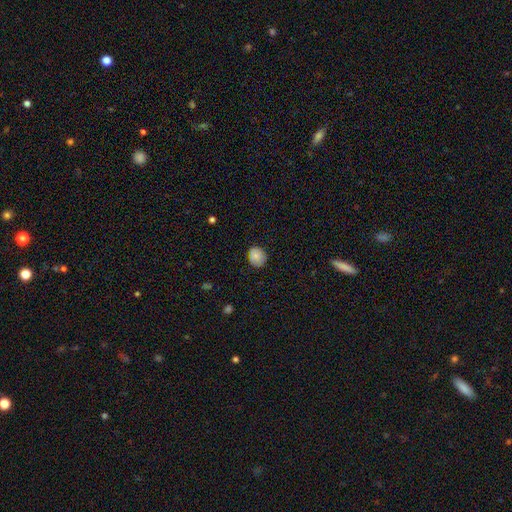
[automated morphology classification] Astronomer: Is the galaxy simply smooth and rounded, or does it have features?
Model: smooth — 81%.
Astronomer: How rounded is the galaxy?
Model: round — 69%.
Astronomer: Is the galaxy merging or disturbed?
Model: none — 80%.